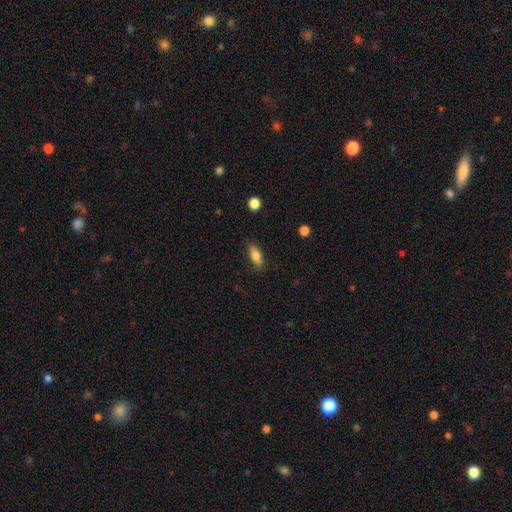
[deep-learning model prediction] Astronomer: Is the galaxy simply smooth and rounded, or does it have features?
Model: smooth — 80%.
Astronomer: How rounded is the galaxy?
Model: in between — 76%.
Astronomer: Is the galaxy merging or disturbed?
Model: none — 84%.